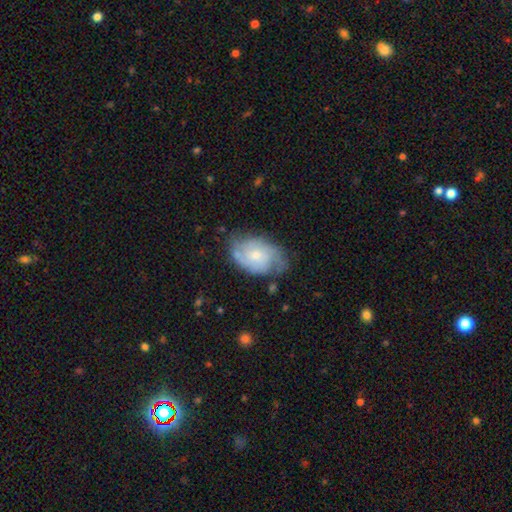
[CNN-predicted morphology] smooth-or-featured: featured or disk: 65% | smooth: 29% | star or artifact: 6%
  disk-edge-on: no: 96% | yes: 4%
    bar: no: 71% | weak: 25% | strong: 3%
    has-spiral-arms: yes: 86% | no: 14%
      spiral-winding: tight: 41% (tied) | medium: 41% (tied) | loose: 17%
      spiral-arm-count: 2: 50% | can't tell: 30% | 3: 10% | 1: 5% | 4: 3% | more than 4: 3%
    bulge-size: small: 54% | moderate: 38% | none: 3% | large: 3% | dominant: 1%
  merging: none: 61% | minor disturbance: 27% | major disturbance: 10% | merger: 2%